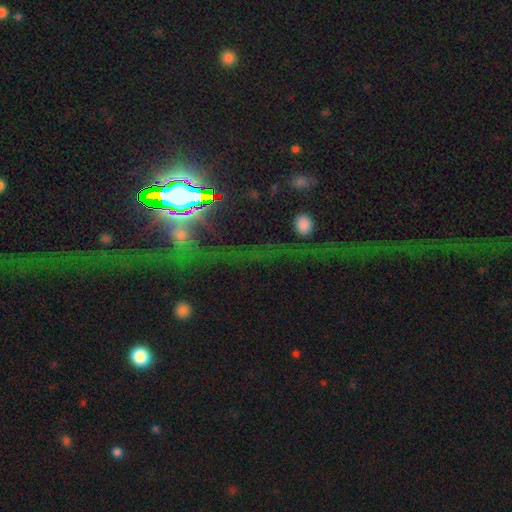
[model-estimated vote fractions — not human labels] Smooth or featured: star or artifact — 71% (featured or disk — 16%)